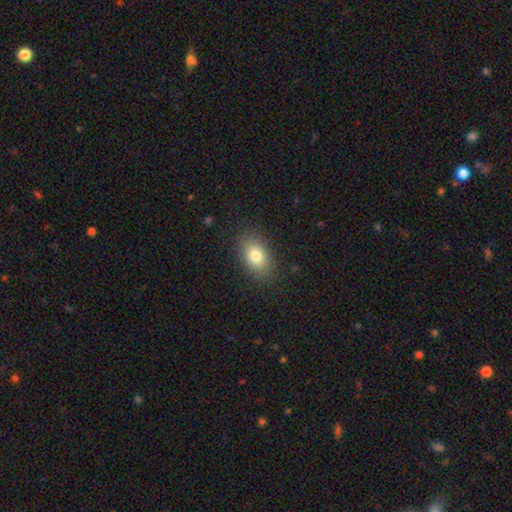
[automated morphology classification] Overall: smooth (81%). How rounded: in between (83%). Merging: none (86%).